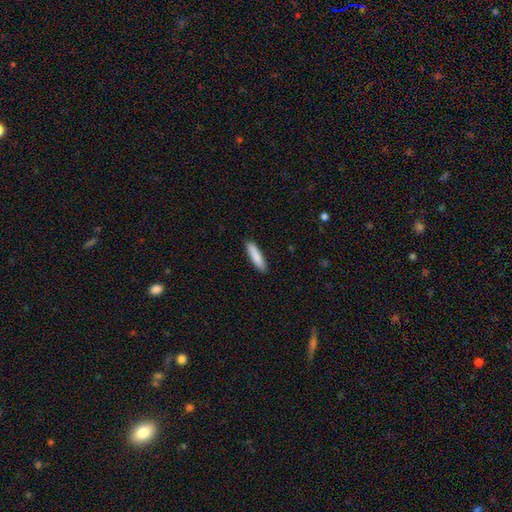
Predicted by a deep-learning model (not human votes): smooth-or-featured: smooth: 86% | featured or disk: 8% | star or artifact: 5%
  how-rounded: cigar-shaped: 83% | in between: 16% | round: 1%
  merging: none: 91% | minor disturbance: 7% | major disturbance: 1% | merger: 1%